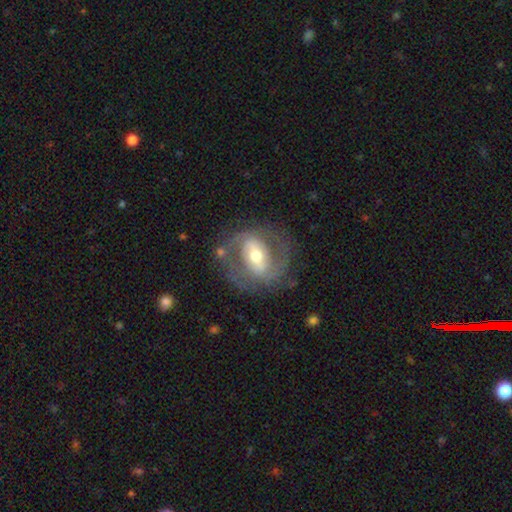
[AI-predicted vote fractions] smooth-or-featured: featured or disk: 77% | smooth: 17% | star or artifact: 6%
  disk-edge-on: no: 95% | yes: 5%
    bar: strong: 47% | weak: 35% | no: 18%
    has-spiral-arms: yes: 75% | no: 25%
      spiral-winding: medium: 48% | tight: 32% | loose: 20%
      spiral-arm-count: 2: 81% | can't tell: 11% | 1: 3% | 3: 2% | 4: 1% | more than 4: 1%
    bulge-size: moderate: 65% | small: 23% | large: 10% | dominant: 1% | none: 1%
  merging: none: 72% | minor disturbance: 15% | major disturbance: 10% | merger: 2%